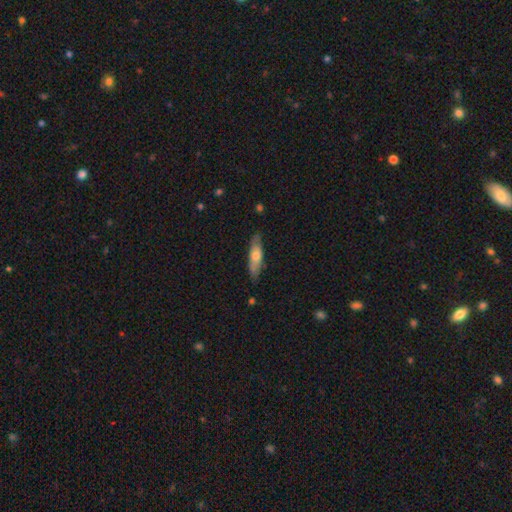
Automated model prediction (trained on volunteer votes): Q: Smooth or featured?
A: smooth (59%); runner-up: featured or disk (35%)
Q: How rounded?
A: cigar-shaped (61%); runner-up: in between (37%)
Q: Merging?
A: none (80%); runner-up: minor disturbance (16%)